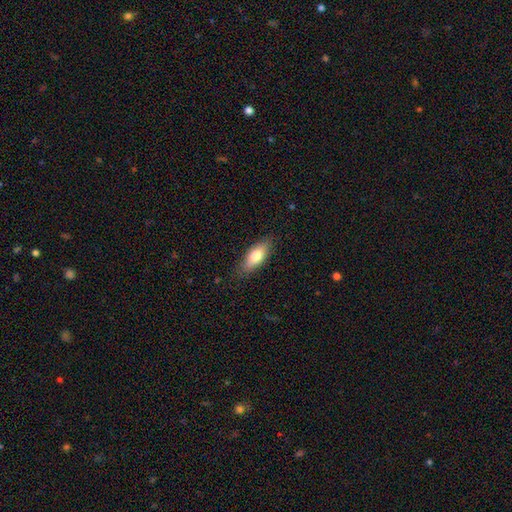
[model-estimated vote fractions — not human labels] A smooth galaxy with no disk features (72%) that is in between round and cigar-shaped (73%).

Vote fractions:
- Smooth or featured? smooth: 72% / featured or disk: 21% / star or artifact: 7%
- How rounded? in between: 73% / cigar-shaped: 24% / round: 3%
- Merging? none: 83% / minor disturbance: 13% / major disturbance: 3% / merger: 1%